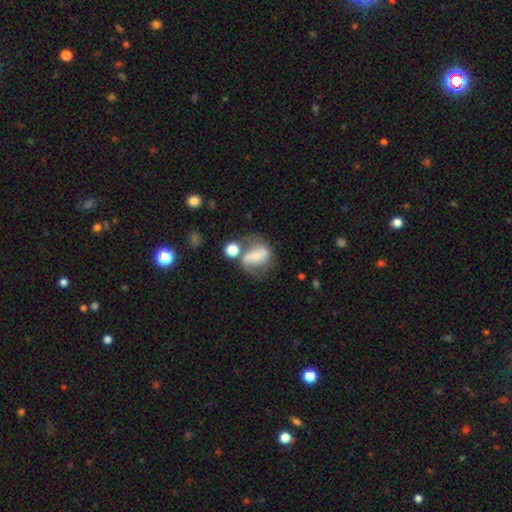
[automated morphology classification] This appears to be a featured or disk galaxy (49%). Merging: none (34%).